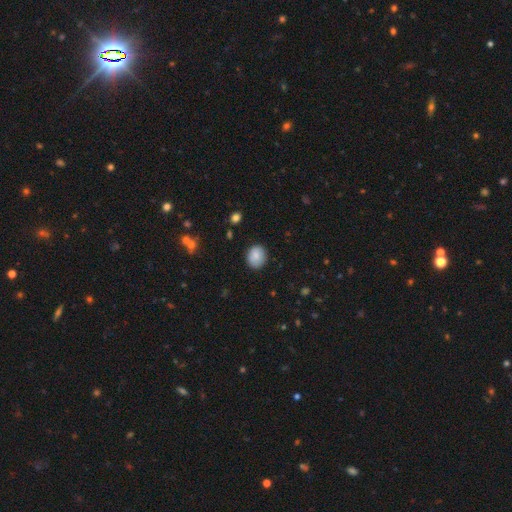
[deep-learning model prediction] Morphology: type=smooth (84%); roundness=round (71%); merging=none (86%).